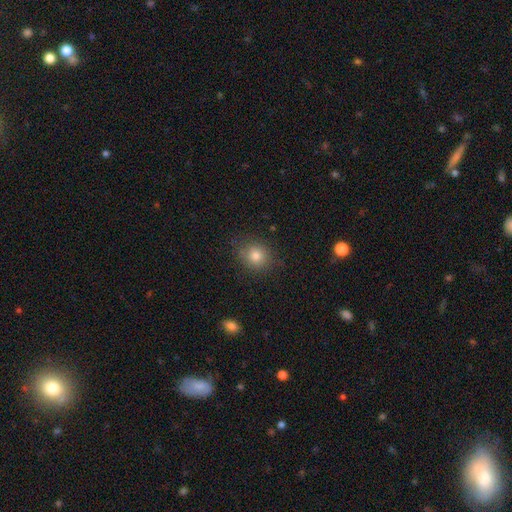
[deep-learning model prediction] smooth-or-featured: smooth: 80% | star or artifact: 12% | featured or disk: 8%
  how-rounded: round: 78% | in between: 21% | cigar-shaped: 1%
  merging: none: 82% | minor disturbance: 13% | major disturbance: 4% | merger: 1%